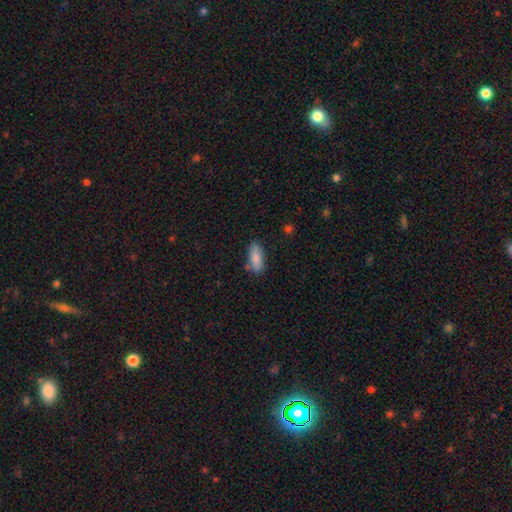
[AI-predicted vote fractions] smooth 84%, featured or disk 9%, star or artifact 6%. Down the decision tree: how rounded — in between (72%); merging — none (78%).